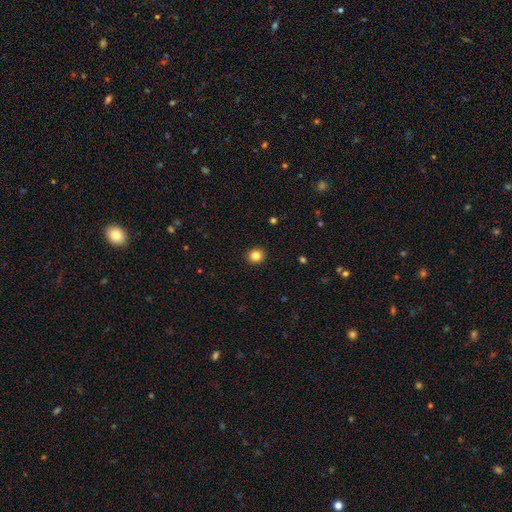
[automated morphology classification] Q: Smooth or featured?
A: smooth (83%); runner-up: star or artifact (12%)
Q: How rounded?
A: round (86%); runner-up: in between (13%)
Q: Merging?
A: none (92%); runner-up: minor disturbance (5%)